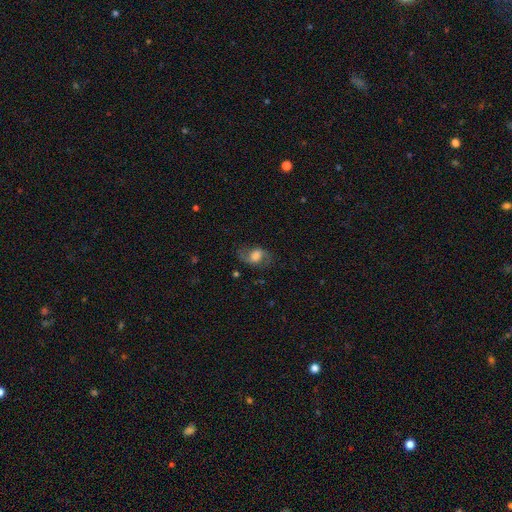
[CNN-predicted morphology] smooth-or-featured: featured or disk: 50% | smooth: 40% | star or artifact: 9%
  disk-edge-on: no: 94% | yes: 6%
  merging: none: 67% | minor disturbance: 19% | major disturbance: 13% | merger: 1%